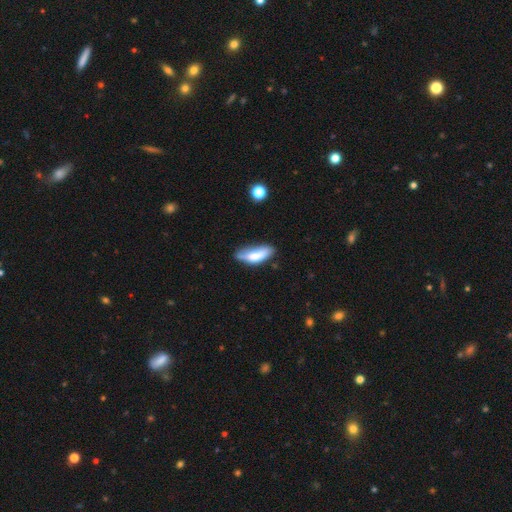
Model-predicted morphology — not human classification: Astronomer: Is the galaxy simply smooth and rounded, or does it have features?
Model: smooth — 68%.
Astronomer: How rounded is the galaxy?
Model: in between — 68%.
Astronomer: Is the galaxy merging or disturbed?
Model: none — 47% (runner-up: minor disturbance, 34%).